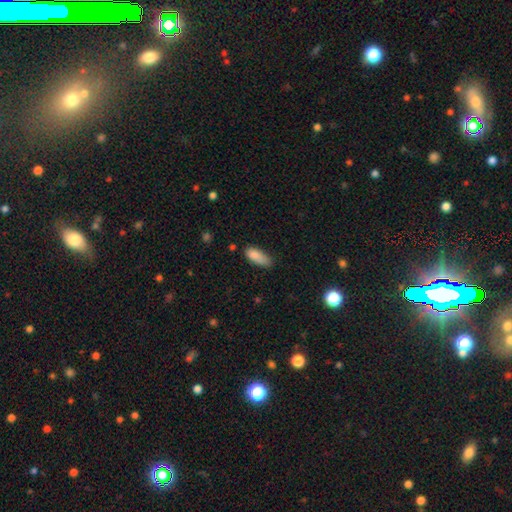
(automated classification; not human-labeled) Smooth or featured?
  - smooth: 85% *
  - star or artifact: 8%
  - featured or disk: 7%
How rounded?
  - in between: 77% *
  - cigar-shaped: 21%
  - round: 2%
Merging?
  - none: 51% *
  - minor disturbance: 37%
  - major disturbance: 9%
  - merger: 3%